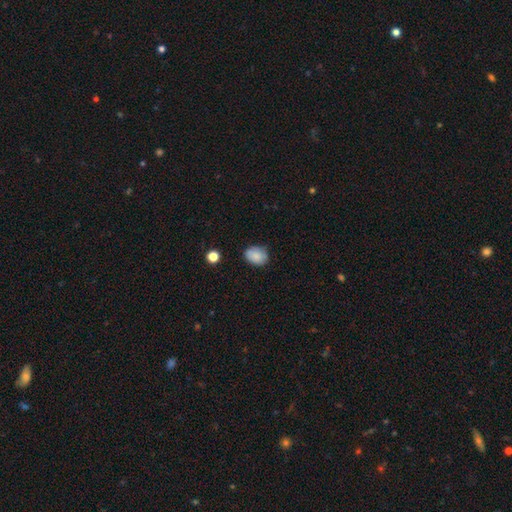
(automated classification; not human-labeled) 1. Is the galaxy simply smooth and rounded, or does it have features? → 83% smooth, 9% featured or disk, 8% star or artifact.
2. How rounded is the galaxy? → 61% in between, 38% round, 1% cigar-shaped.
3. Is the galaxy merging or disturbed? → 76% none, 19% minor disturbance, 3% major disturbance, 2% merger.